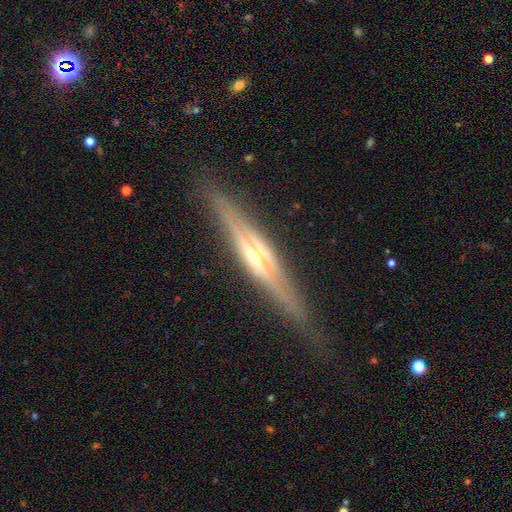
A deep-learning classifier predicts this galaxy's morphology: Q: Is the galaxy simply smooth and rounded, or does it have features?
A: featured or disk — 86%.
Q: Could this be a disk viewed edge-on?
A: yes — 97%.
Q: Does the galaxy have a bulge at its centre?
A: rounded — 76%.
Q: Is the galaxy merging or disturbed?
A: none — 86%.